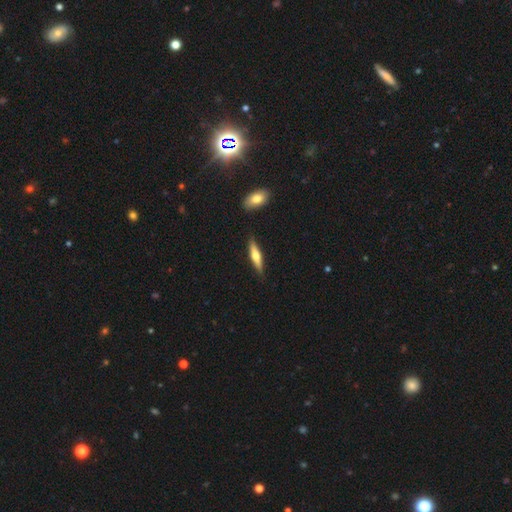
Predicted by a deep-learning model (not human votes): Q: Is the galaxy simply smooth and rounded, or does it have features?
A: featured or disk — 47%, tied with smooth.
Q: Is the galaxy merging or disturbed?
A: none — 85%.